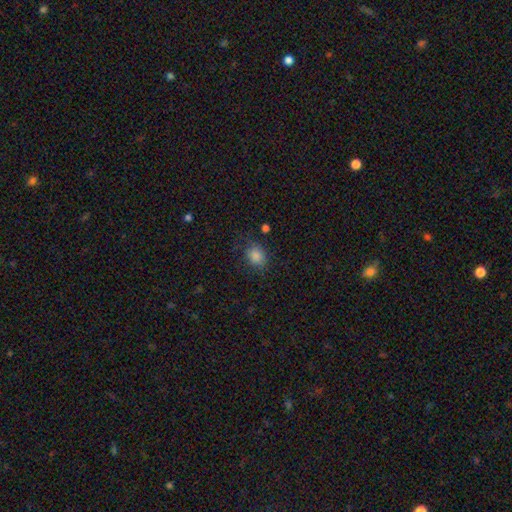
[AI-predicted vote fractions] The model was most divided on "how rounded": round: 52%, in between: 47%, cigar-shaped: 1%. More confident: smooth or featured — smooth (82%); merging — none (76%).